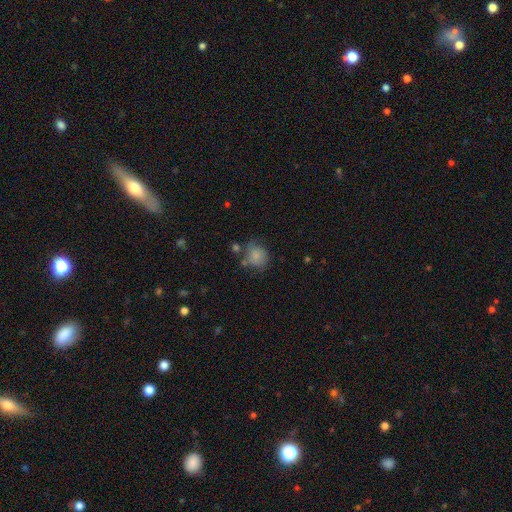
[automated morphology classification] This is likely a smooth galaxy (77%). How rounded: likely round (65%). Merging: possibly none (54%).